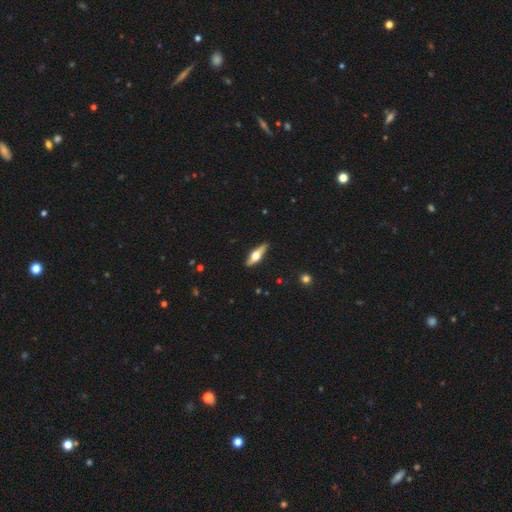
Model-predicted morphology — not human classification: featured or disk 59%, smooth 36%, star or artifact 5%. Down the decision tree: edge-on disk — yes (92%); edge-on bulge — rounded (95%); merging — none (88%).